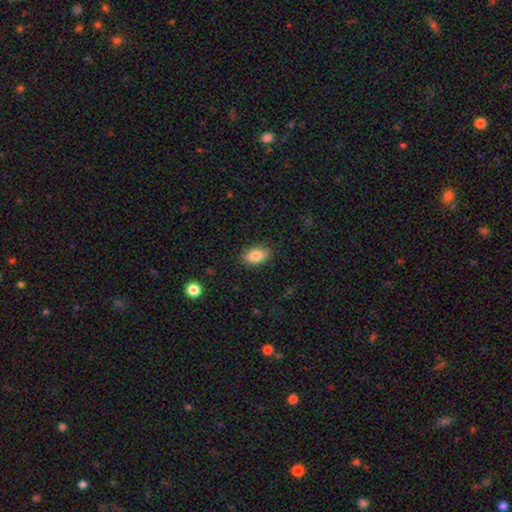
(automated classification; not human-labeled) Smooth or featured?
  - smooth: 84% *
  - featured or disk: 8%
  - star or artifact: 8%
How rounded?
  - in between: 89% *
  - round: 8%
  - cigar-shaped: 3%
Merging?
  - none: 87% *
  - minor disturbance: 10%
  - major disturbance: 2%
  - merger: 1%